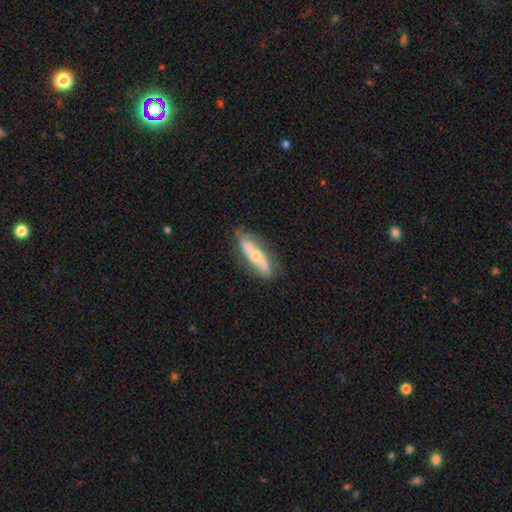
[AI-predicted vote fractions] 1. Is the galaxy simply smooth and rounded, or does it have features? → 58% featured or disk, 37% smooth, 6% star or artifact.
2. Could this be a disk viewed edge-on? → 61% no, 39% yes.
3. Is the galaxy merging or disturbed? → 77% none, 17% minor disturbance, 4% major disturbance, 2% merger.